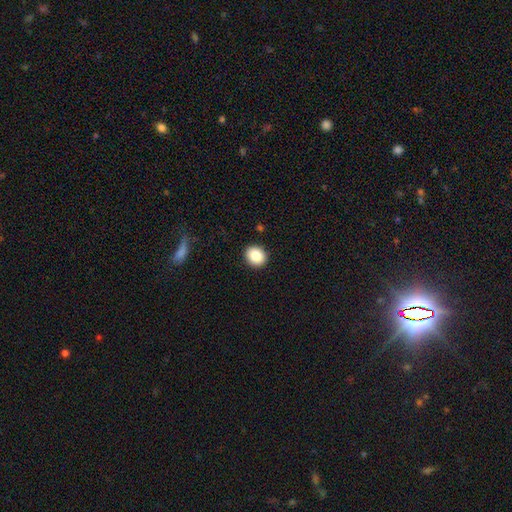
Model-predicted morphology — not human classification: Overall: smooth (86%). How rounded: round (68%; in between 31%). Merging: none (91%).